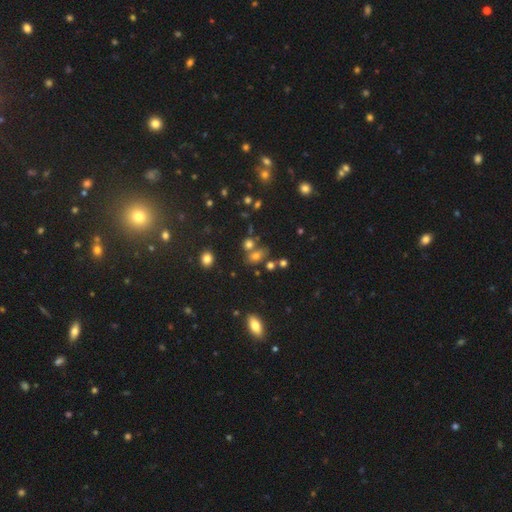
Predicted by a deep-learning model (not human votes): Smooth or featured: smooth — 48% (star or artifact — 36%)
Merging: none — 55% (merger — 28%)